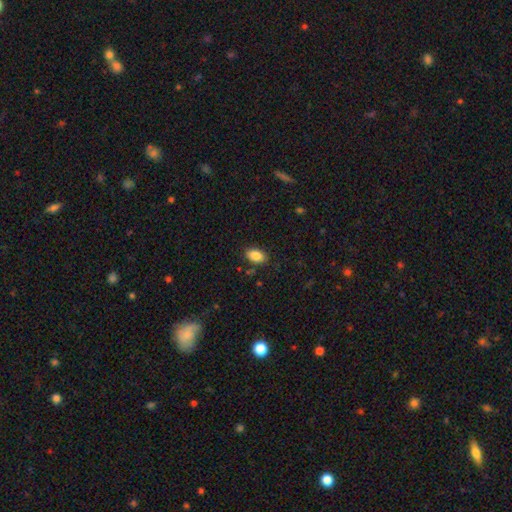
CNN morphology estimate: smooth 87%, star or artifact 8%, featured or disk 5%. Down the decision tree: how rounded — in between (91%); merging — none (85%).